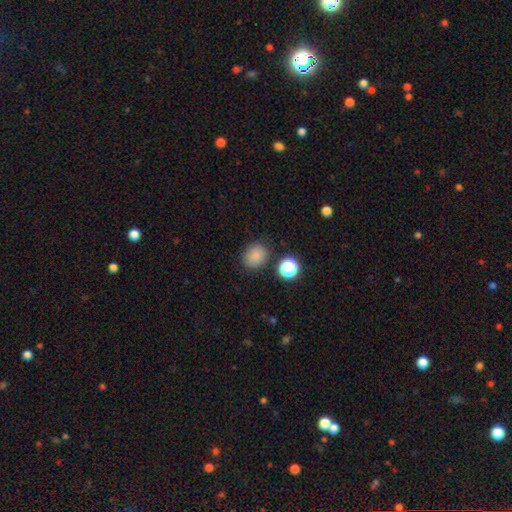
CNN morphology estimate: Smooth or featured? Predicted: smooth (p=0.82). How rounded? Predicted: round (p=0.60). Merging? Predicted: none (p=0.83).